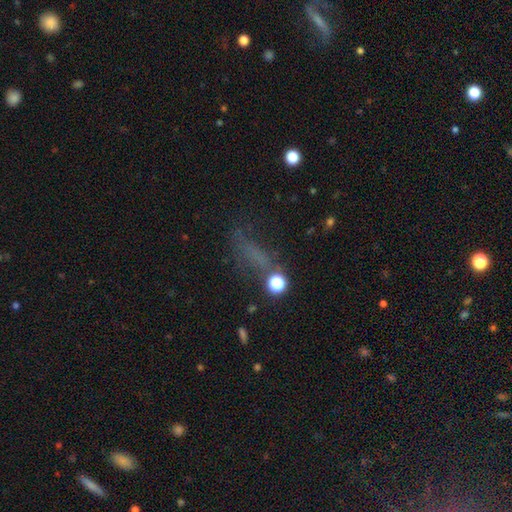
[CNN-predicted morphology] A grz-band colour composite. It shows a smooth galaxy with no disk features (44%). Merging: none (44%).